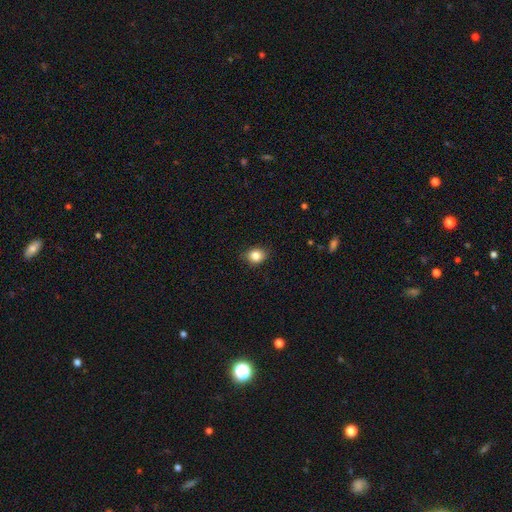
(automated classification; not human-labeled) Smooth or featured? smooth (84%)
How rounded? round (55%)
Merging? none (83%)